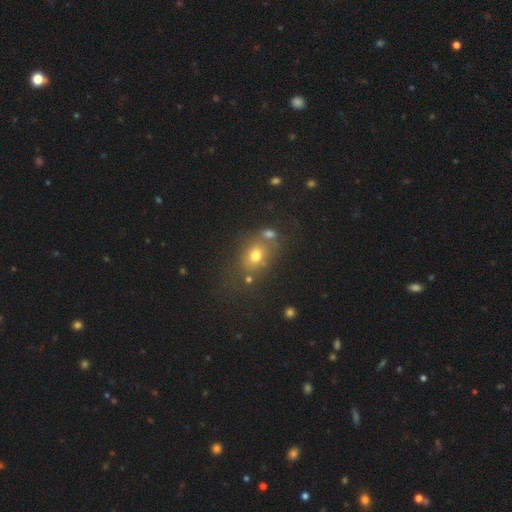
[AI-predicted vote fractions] The model was most divided on "how rounded": in between: 53%, round: 45%, cigar-shaped: 2%. More confident: smooth or featured — smooth (67%); merging — none (55%).